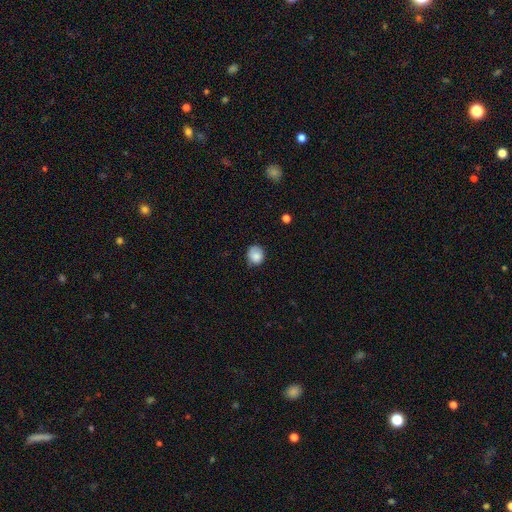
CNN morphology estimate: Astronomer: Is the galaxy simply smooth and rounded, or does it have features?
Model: smooth — 82%.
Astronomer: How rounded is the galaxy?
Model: round — 76%.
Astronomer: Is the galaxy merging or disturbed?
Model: none — 68%.